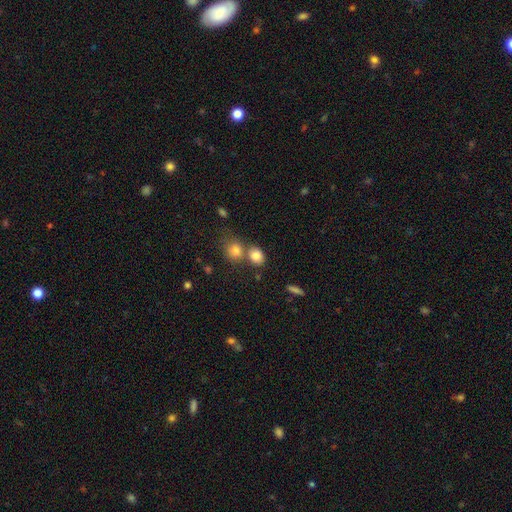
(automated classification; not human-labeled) This is clearly a smooth galaxy (82%). How rounded: possibly round (57%). Merging: possibly none (51%).